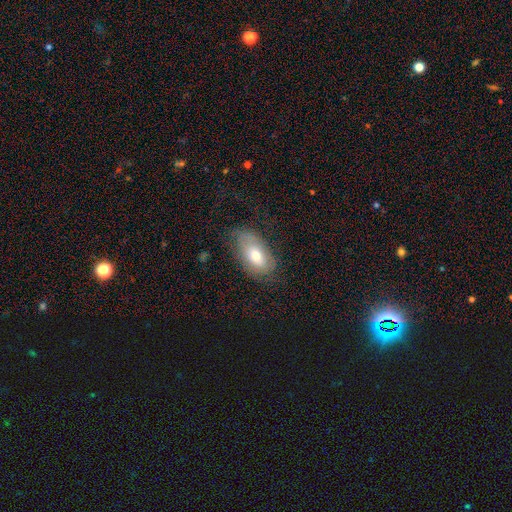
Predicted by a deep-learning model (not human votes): Smooth or featured?
  - smooth: 66% *
  - featured or disk: 27%
  - star or artifact: 7%
How rounded?
  - in between: 92% *
  - round: 5%
  - cigar-shaped: 3%
Merging?
  - none: 60% *
  - minor disturbance: 28%
  - major disturbance: 11%
  - merger: 1%